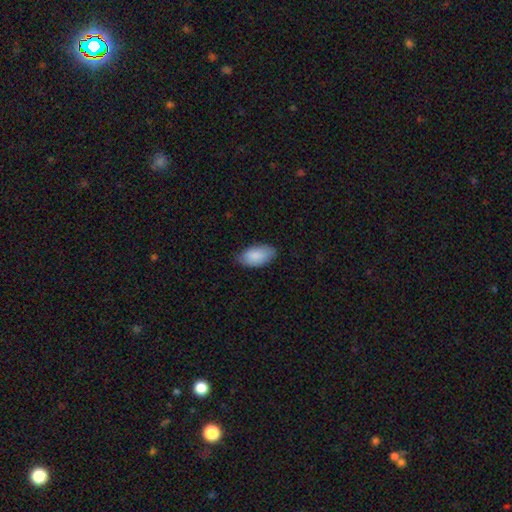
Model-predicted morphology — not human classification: This is clearly a smooth galaxy (87%). How rounded: clearly in between (95%). Merging: likely none (76%).